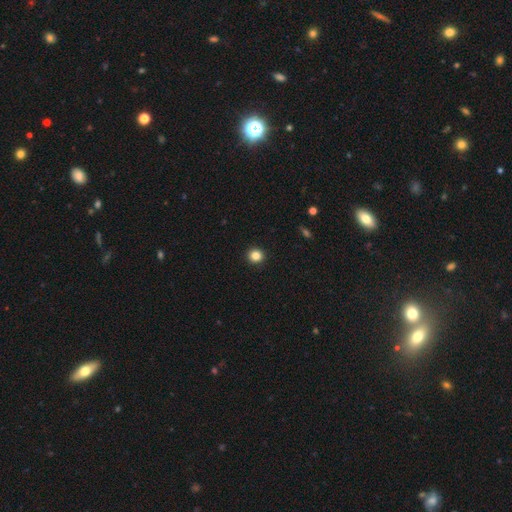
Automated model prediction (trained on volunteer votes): Morphology: type=smooth (85%); roundness=round (92%); merging=none (94%).